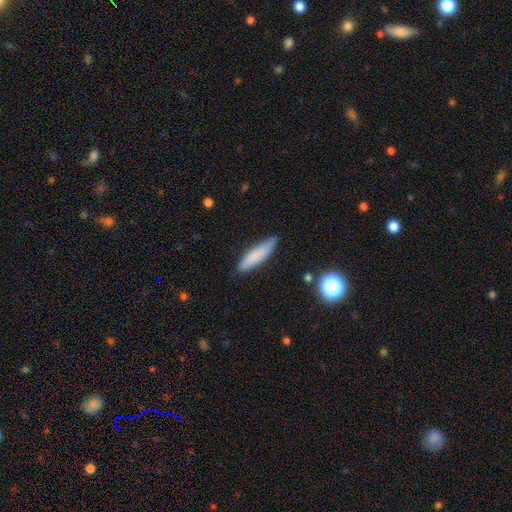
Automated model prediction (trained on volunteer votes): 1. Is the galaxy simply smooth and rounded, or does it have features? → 77% smooth, 15% featured or disk, 7% star or artifact.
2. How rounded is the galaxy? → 75% cigar-shaped, 24% in between, 2% round.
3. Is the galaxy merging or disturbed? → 80% none, 16% minor disturbance, 3% major disturbance, 1% merger.